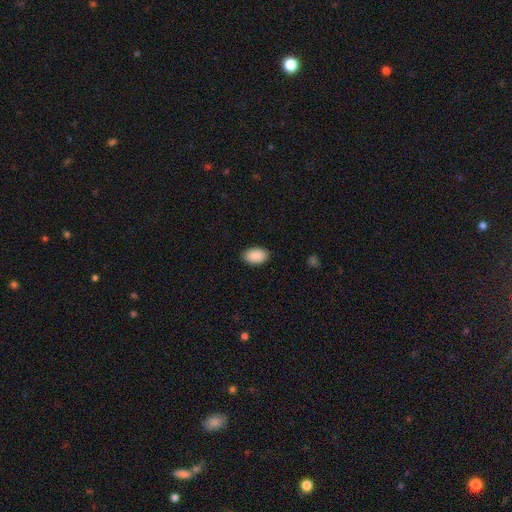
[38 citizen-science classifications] Q: Smooth or featured?
A: smooth (89%); runner-up: star or artifact (8%)
Q: How rounded?
A: in between (100%)
Q: Merging?
A: none (100%)